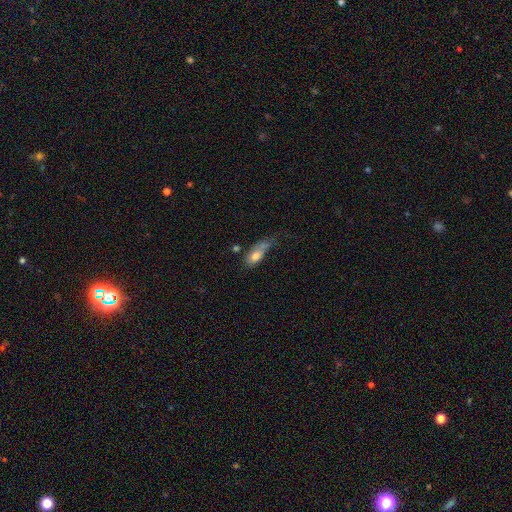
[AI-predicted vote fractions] Smooth or featured? smooth (72%)
How rounded? in between (79%)
Merging? none (28%, tied with minor disturbance and major disturbance)